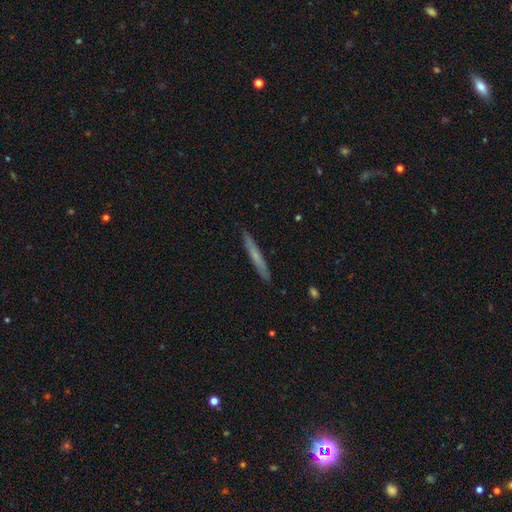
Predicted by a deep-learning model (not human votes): smooth 57%, featured or disk 37%, star or artifact 6%. Down the decision tree: how rounded — cigar-shaped (97%); merging — none (91%).